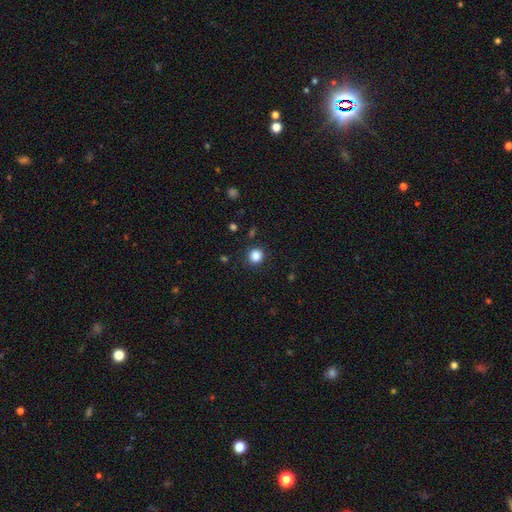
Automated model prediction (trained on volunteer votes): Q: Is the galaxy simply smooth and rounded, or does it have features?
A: smooth — 85%.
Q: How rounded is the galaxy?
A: round — 91%.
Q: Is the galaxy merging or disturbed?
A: none — 90%.